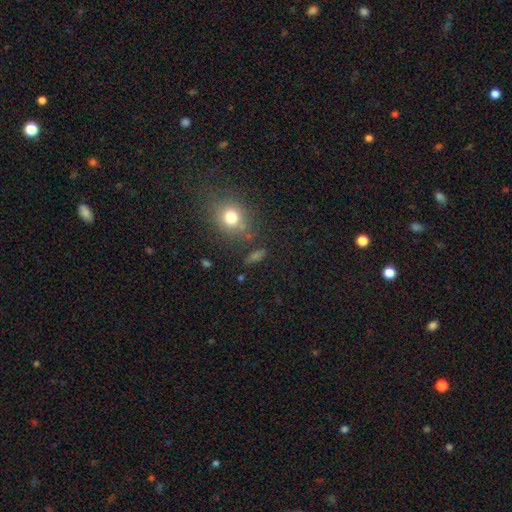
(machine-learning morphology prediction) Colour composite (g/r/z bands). It shows a smooth galaxy with no disk features (57%) that is in between round and cigar-shaped (44%). Merging: none (75%).